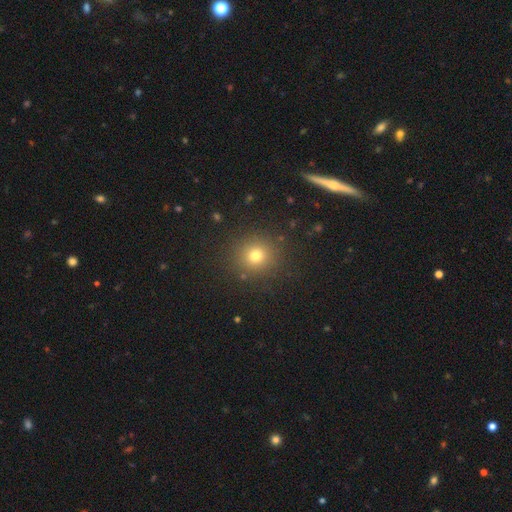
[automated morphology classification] Smooth or featured? smooth (74%)
How rounded? round (91%)
Merging? none (89%)